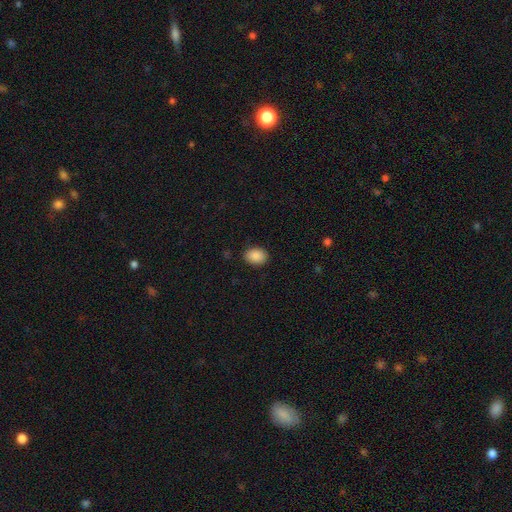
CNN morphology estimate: Smooth or featured? smooth (89%)
How rounded? in between (67%)
Merging? none (87%)